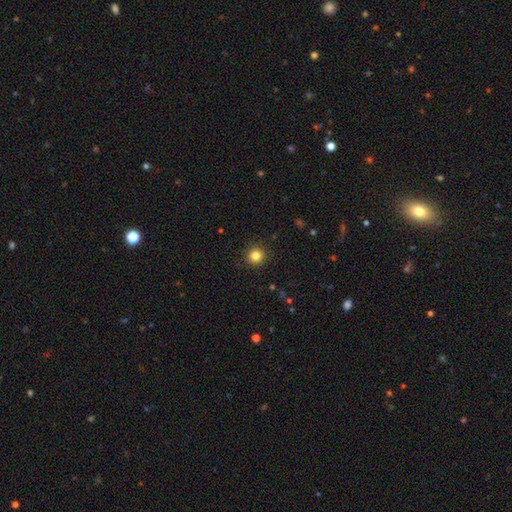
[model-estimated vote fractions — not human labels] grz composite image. It shows a smooth galaxy with no disk features (83%) that is round (94%). Merging: none (92%).